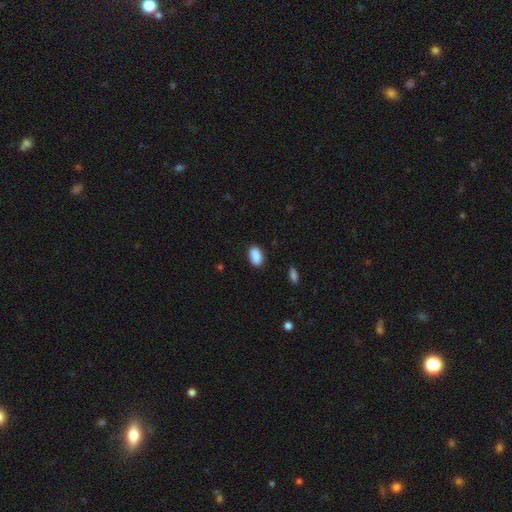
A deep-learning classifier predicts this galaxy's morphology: Smooth or featured? Predicted: smooth (p=0.89). How rounded? Predicted: in between (p=0.91). Merging? Predicted: none (p=0.83).